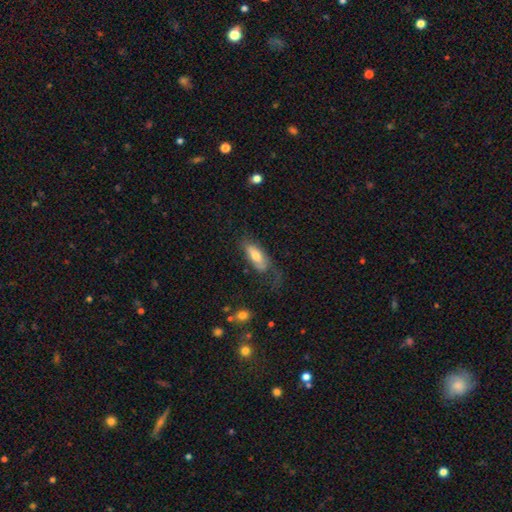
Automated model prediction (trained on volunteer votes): smooth 63%, featured or disk 31%, star or artifact 6%. Down the decision tree: how rounded — in between (78%); merging — none (41%).